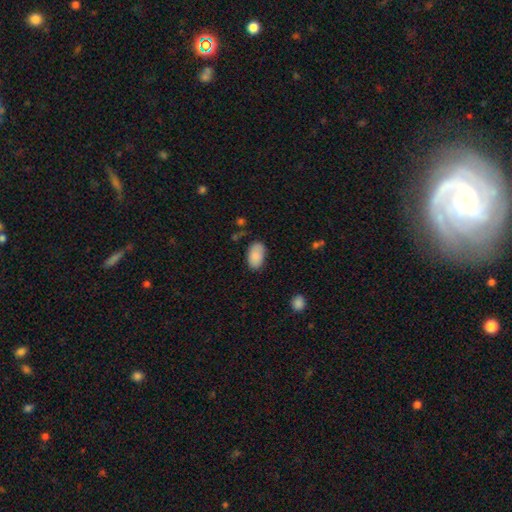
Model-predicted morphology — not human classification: A smooth galaxy with no disk features (87%) that is in between round and cigar-shaped (93%). Merging: none (79%).